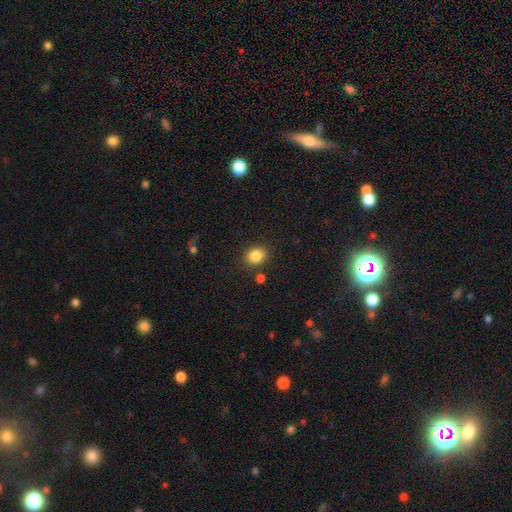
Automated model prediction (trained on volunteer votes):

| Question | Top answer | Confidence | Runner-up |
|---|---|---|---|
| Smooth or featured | smooth | 84% | star or artifact (11%) |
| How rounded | round | 70% | in between (29%) |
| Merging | none | 82% | minor disturbance (10%) |